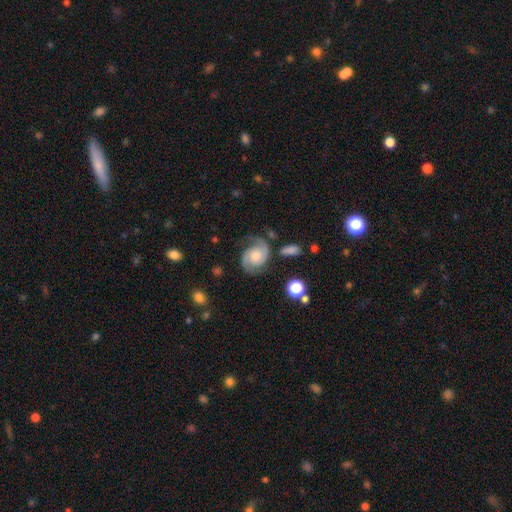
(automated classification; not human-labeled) Q: Smooth or featured?
A: featured or disk (84%); runner-up: smooth (10%)
Q: Edge-on disk?
A: no (98%); runner-up: yes (2%)
Q: Bar?
A: no (68%); runner-up: weak (27%)
Q: Spiral arms?
A: yes (97%); runner-up: no (3%)
Q: Spiral winding?
A: medium (52%); runner-up: tight (32%)
Q: Spiral arm count?
A: 2 (92%); runner-up: can't tell (3%)
Q: Bulge size?
A: moderate (59%); runner-up: small (24%)
Q: Merging?
A: none (72%); runner-up: minor disturbance (17%)